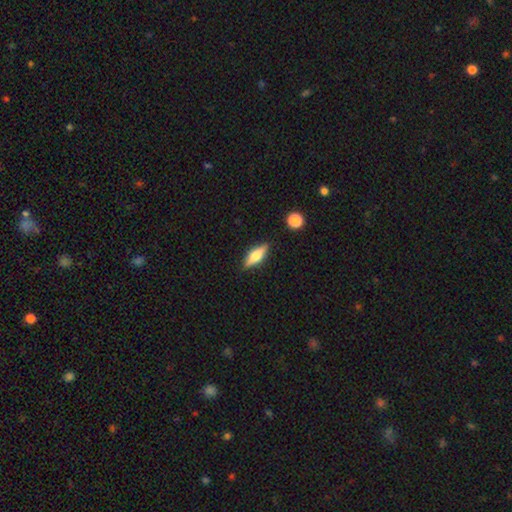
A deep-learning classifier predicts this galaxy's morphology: This appears to be a smooth galaxy with no disk features (47%). Merging: none (87%).